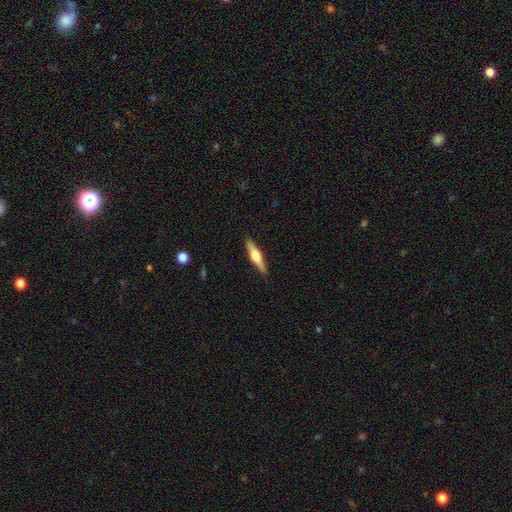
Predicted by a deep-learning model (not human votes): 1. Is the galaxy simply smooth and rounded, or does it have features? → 62% featured or disk, 33% smooth, 5% star or artifact.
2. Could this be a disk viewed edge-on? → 97% yes, 3% no.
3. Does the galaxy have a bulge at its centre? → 95% rounded, 3% boxy, 2% none.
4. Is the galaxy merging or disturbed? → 91% none, 7% minor disturbance, 1% major disturbance, 1% merger.